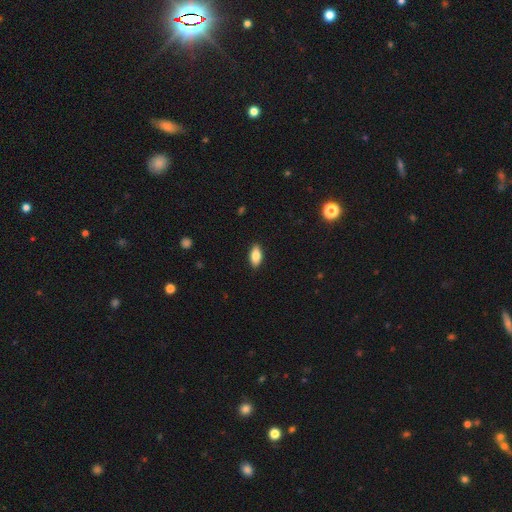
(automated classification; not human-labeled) Smooth or featured?
  - smooth: 81% *
  - featured or disk: 12%
  - star or artifact: 7%
How rounded?
  - in between: 89% *
  - cigar-shaped: 8%
  - round: 3%
Merging?
  - none: 89% *
  - minor disturbance: 8%
  - major disturbance: 2%
  - merger: 1%